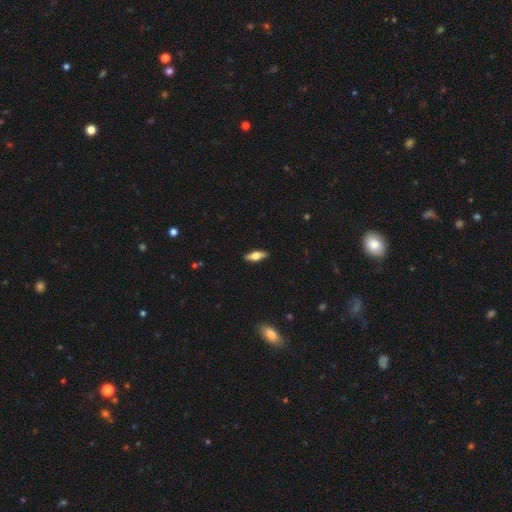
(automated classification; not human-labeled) Smooth or featured?
  - smooth: 50% *
  - featured or disk: 43%
  - star or artifact: 6%
How rounded?
  - in between: 60% *
  - cigar-shaped: 37%
  - round: 3%
Merging?
  - none: 90% *
  - minor disturbance: 7%
  - major disturbance: 2%
  - merger: 1%